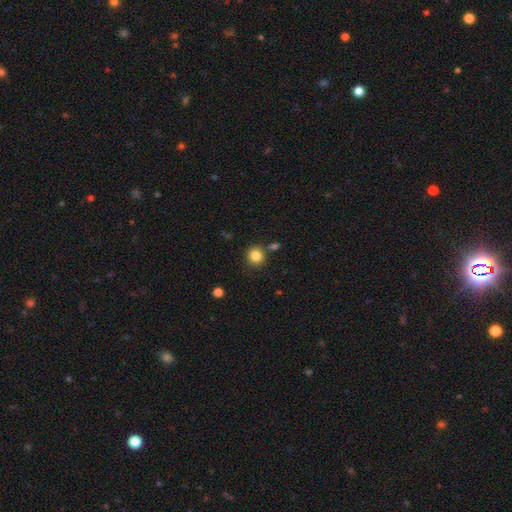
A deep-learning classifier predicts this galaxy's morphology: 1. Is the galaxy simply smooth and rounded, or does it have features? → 83% smooth, 11% star or artifact, 6% featured or disk.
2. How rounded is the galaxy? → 90% round, 9% in between, 1% cigar-shaped.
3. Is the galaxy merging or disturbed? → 80% none, 9% minor disturbance, 8% merger, 3% major disturbance.